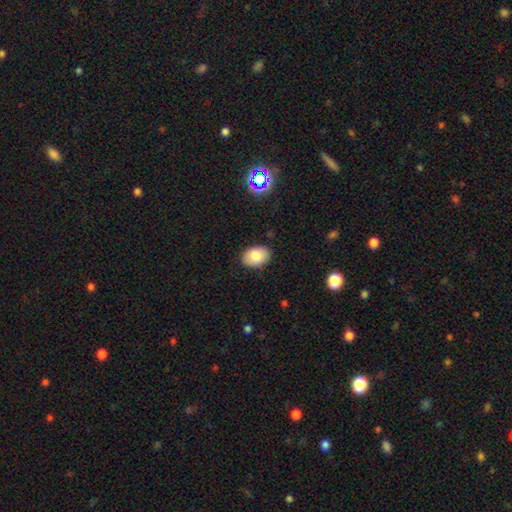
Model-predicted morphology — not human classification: type=smooth (82%); roundness=in between (81%); merging=none (86%).